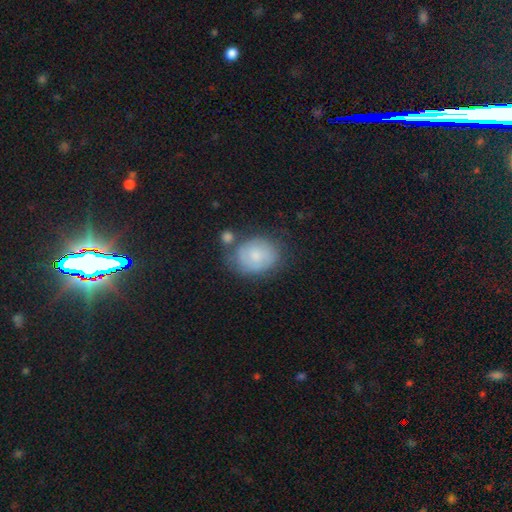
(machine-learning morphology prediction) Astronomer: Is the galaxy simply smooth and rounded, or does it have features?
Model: smooth — 58% (runner-up: featured or disk, 34%).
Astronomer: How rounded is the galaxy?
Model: round — 54% (runner-up: in between, 45%).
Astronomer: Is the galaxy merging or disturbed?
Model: none — 57%.